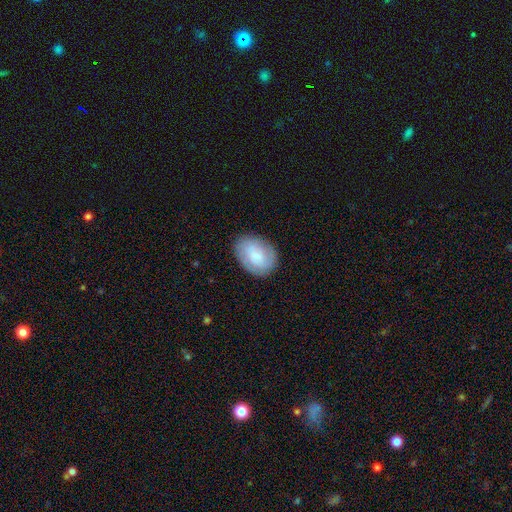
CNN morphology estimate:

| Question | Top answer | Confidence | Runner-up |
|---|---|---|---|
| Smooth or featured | smooth | 60% | featured or disk (33%) |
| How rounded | in between | 74% | round (25%) |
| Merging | none | 82% | minor disturbance (13%) |